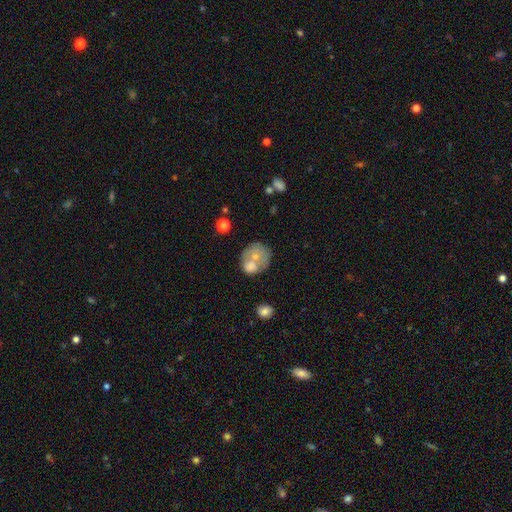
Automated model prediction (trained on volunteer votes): This is likely a smooth galaxy (62%). How rounded: likely round (75%). Merging: marginally merger (39%).